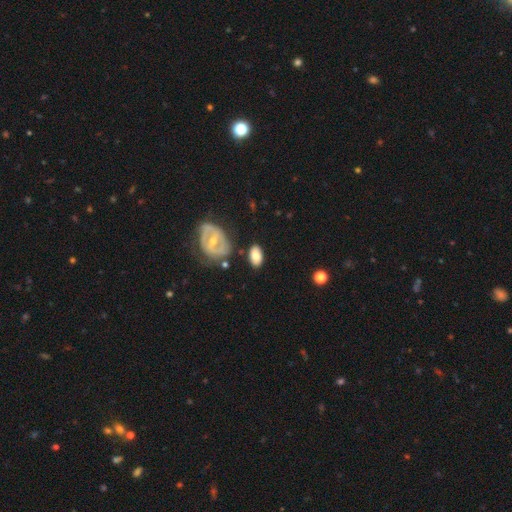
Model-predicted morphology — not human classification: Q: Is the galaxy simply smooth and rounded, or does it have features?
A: smooth — 70%.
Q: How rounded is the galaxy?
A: in between — 89%.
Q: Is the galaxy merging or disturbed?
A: none — 70%.